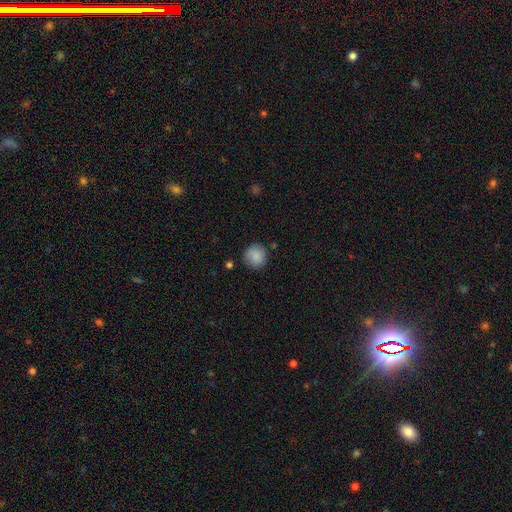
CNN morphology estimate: A smooth galaxy with no disk features (87%) that is round (91%).

Vote fractions:
- Smooth or featured? smooth: 87% / star or artifact: 8% / featured or disk: 5%
- How rounded? round: 91% / in between: 8% / cigar-shaped: 1%
- Merging? none: 84% / minor disturbance: 11% / major disturbance: 3% / merger: 2%